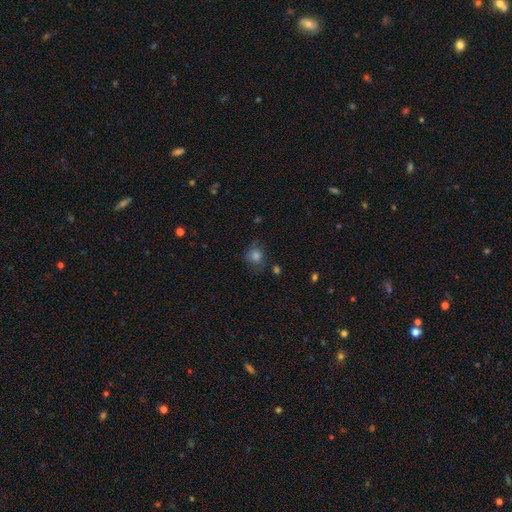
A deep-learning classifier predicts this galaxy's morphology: smooth-or-featured: smooth: 76% | star or artifact: 14% | featured or disk: 10%
  how-rounded: round: 79% | in between: 20% | cigar-shaped: 1%
  merging: none: 68% | minor disturbance: 21% | major disturbance: 8% | merger: 3%